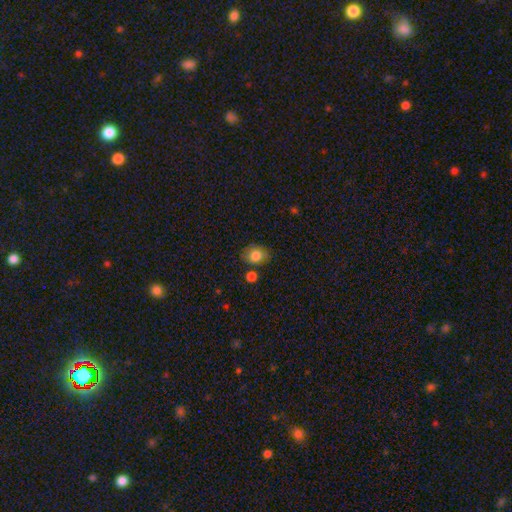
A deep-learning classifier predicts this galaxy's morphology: A smooth galaxy with no disk features (81%) that is round (51%).

Vote fractions:
- Smooth or featured? smooth: 81% / star or artifact: 9% / featured or disk: 9%
- How rounded? round: 51% / in between: 48% / cigar-shaped: 1%
- Merging? none: 69% / minor disturbance: 19% / merger: 7% / major disturbance: 5%